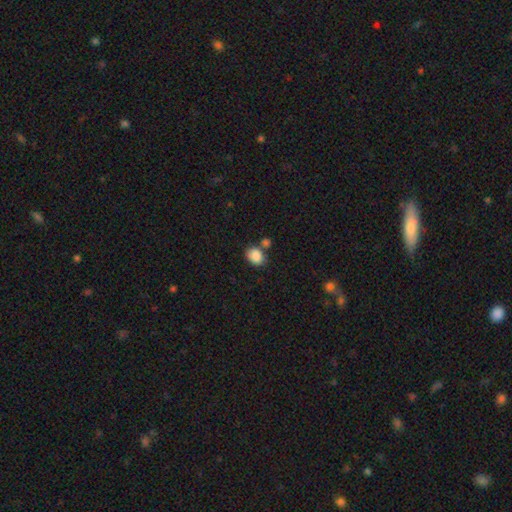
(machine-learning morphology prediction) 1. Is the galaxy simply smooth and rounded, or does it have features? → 87% smooth, 8% star or artifact, 4% featured or disk.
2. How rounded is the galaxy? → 58% in between, 41% round, 1% cigar-shaped.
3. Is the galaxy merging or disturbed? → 61% none, 21% merger, 14% minor disturbance, 4% major disturbance.